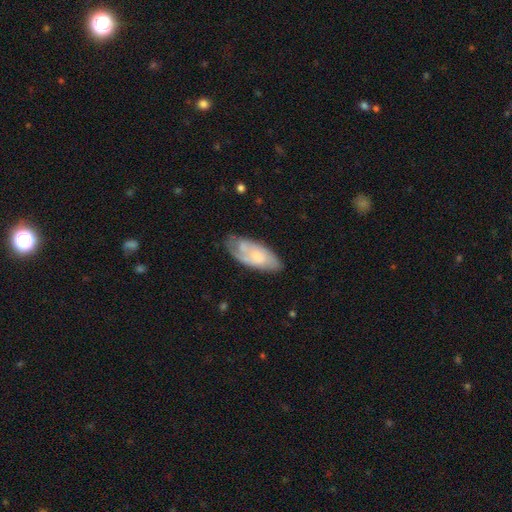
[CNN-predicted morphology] Smooth or featured? Predicted: featured or disk (p=0.48). Merging? Predicted: none (p=0.60).